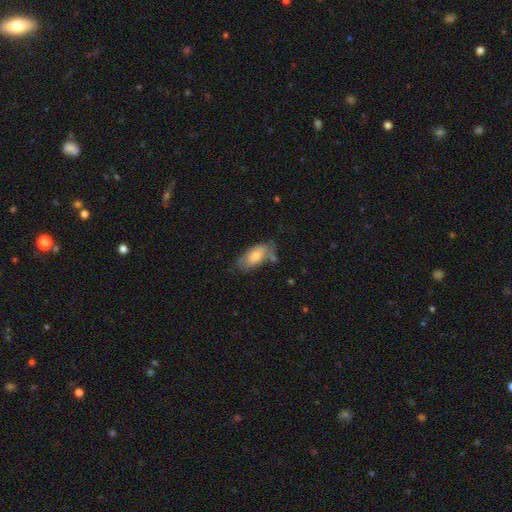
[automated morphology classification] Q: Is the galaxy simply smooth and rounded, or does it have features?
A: smooth — 62%.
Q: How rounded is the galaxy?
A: in between — 87%.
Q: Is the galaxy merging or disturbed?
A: none — 56%.